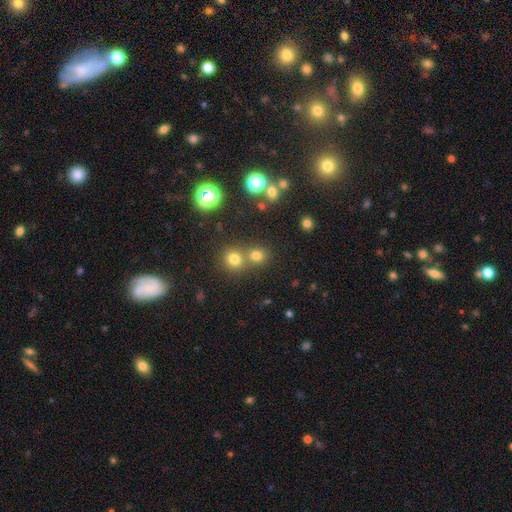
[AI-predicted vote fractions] Smooth or featured: smooth — 65% (star or artifact — 27%)
How rounded: round — 87% (in between — 12%)
Merging: none — 62% (merger — 30%)